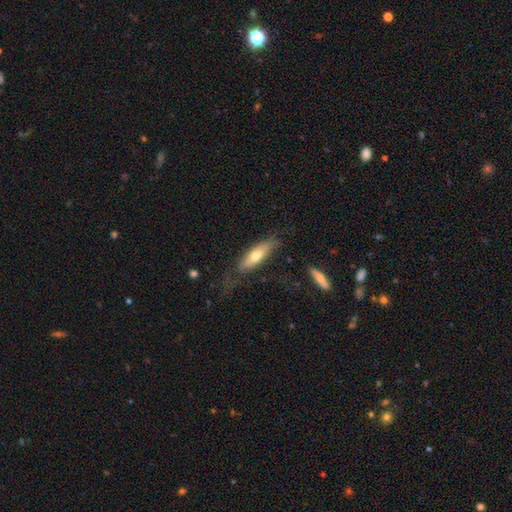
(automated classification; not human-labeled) Overall: smooth (58%; featured or disk 36%). How rounded: cigar-shaped (56%; in between 42%). Merging: none (57%; minor disturbance 26%).